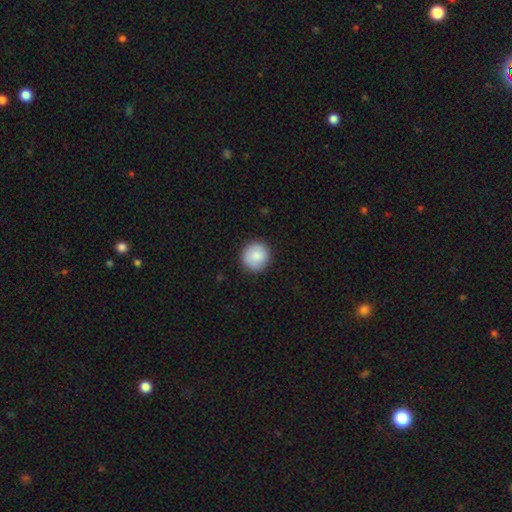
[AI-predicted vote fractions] Smooth or featured? Predicted: smooth (p=0.87). How rounded? Predicted: round (p=0.93). Merging? Predicted: none (p=0.89).